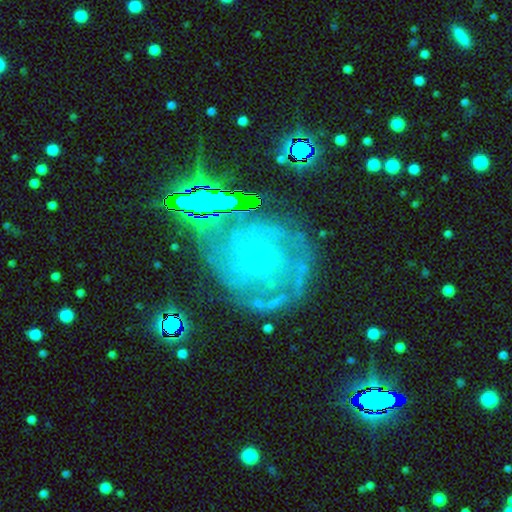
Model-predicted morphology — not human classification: This appears to be a featured or disk galaxy (74%) with no bar (67%), tight (70%) spiral arms (93%) and a small central bulge (85%). Merging: none (69%).